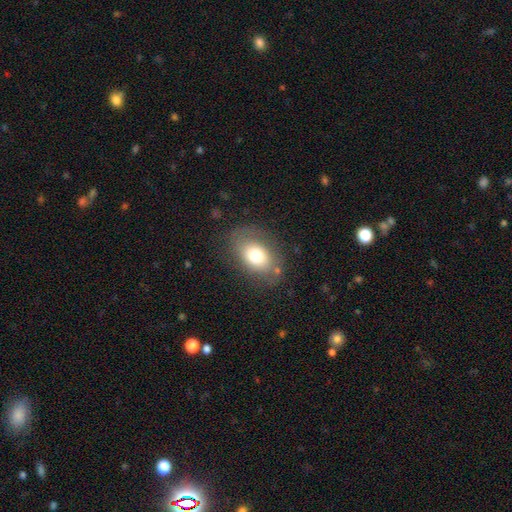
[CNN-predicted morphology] smooth 73%, featured or disk 18%, star or artifact 9%. Down the decision tree: how rounded — in between (80%); merging — none (73%).